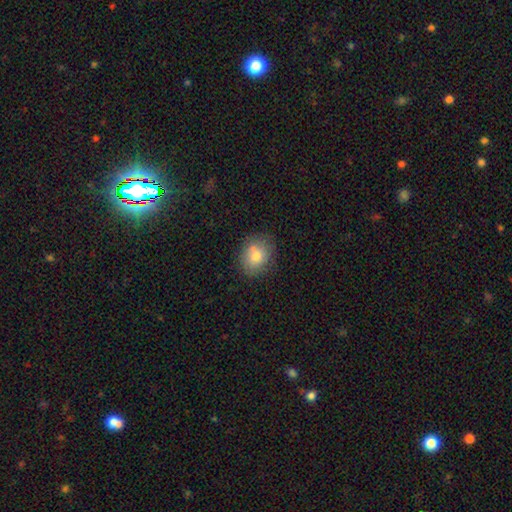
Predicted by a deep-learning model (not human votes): This is likely a smooth galaxy (78%). How rounded: possibly round (55%). Merging: likely none (68%).